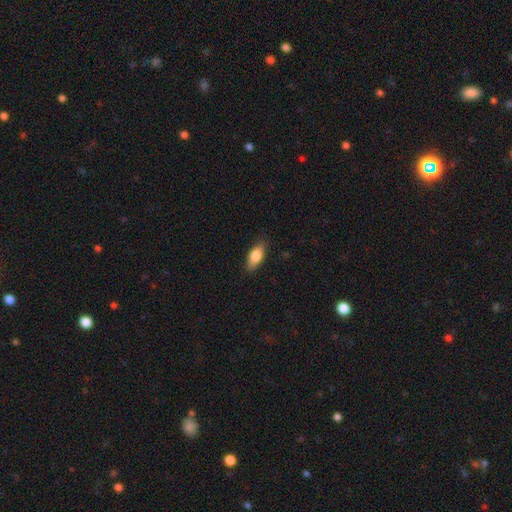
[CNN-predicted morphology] This is likely a smooth galaxy (78%). How rounded: clearly in between (81%). Merging: clearly none (85%).